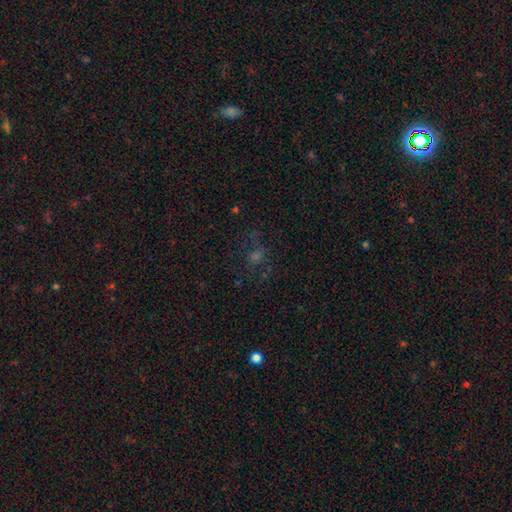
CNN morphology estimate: Overall: star or artifact (45%; smooth 28%).